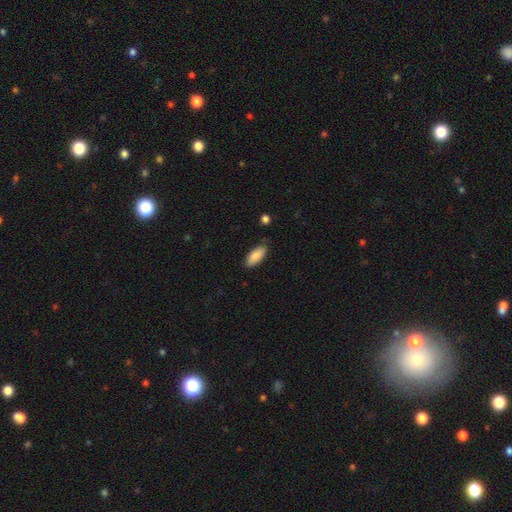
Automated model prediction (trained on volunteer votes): A smooth galaxy with no disk features (87%) that is in between round and cigar-shaped (86%). Merging: none (82%).